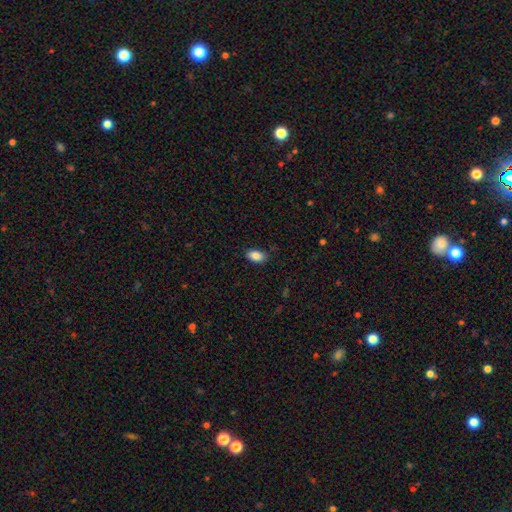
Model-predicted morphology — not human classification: Overall: smooth (87%). How rounded: in between (92%). Merging: none (85%).